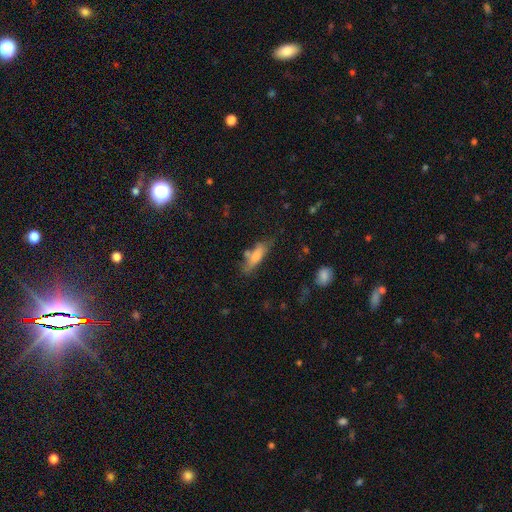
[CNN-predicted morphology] This appears to be a smooth galaxy with no disk features (67%) that is cigar-shaped (55%). Merging: none (63%).